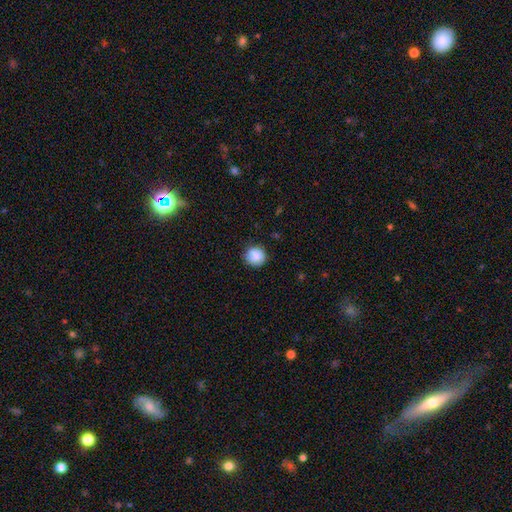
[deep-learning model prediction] Smooth or featured? Predicted: smooth (p=0.86). How rounded? Predicted: round (p=0.93). Merging? Predicted: none (p=0.86).